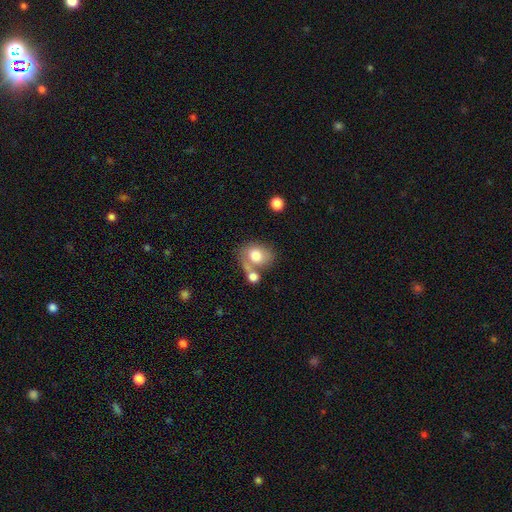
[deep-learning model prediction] smooth 74%, featured or disk 18%, star or artifact 8%. Down the decision tree: how rounded — in between (55%); merging — merger (39%).